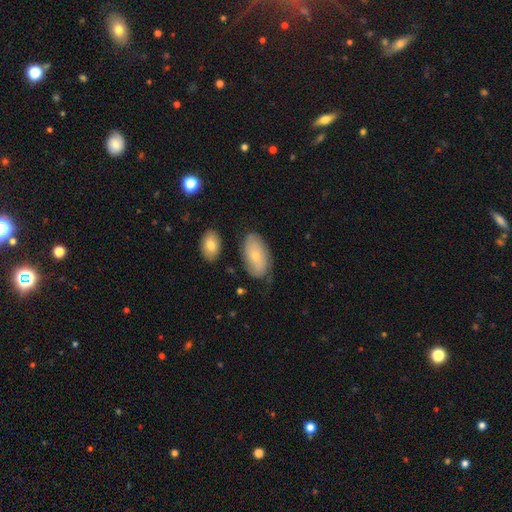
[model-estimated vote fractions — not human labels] Q: Smooth or featured?
A: smooth (57%); runner-up: featured or disk (36%)
Q: How rounded?
A: in between (93%); runner-up: round (5%)
Q: Merging?
A: none (65%); runner-up: minor disturbance (24%)